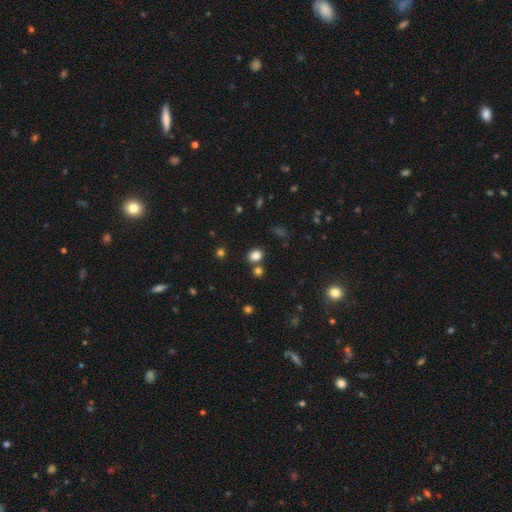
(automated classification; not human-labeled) Smooth or featured? smooth (81%)
How rounded? in between (52%)
Merging? none (72%)